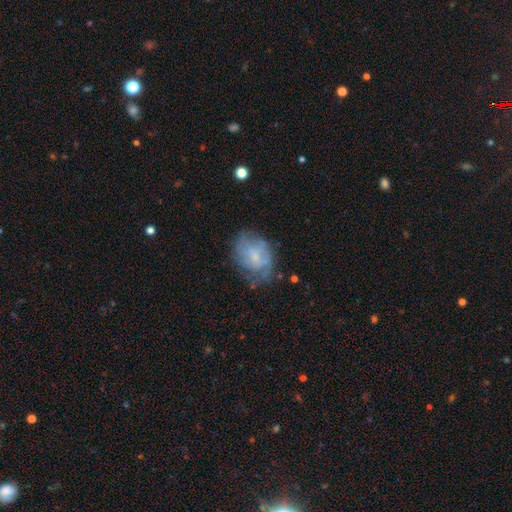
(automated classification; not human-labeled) Morphology: type=featured or disk (48%); merging=none (51%).